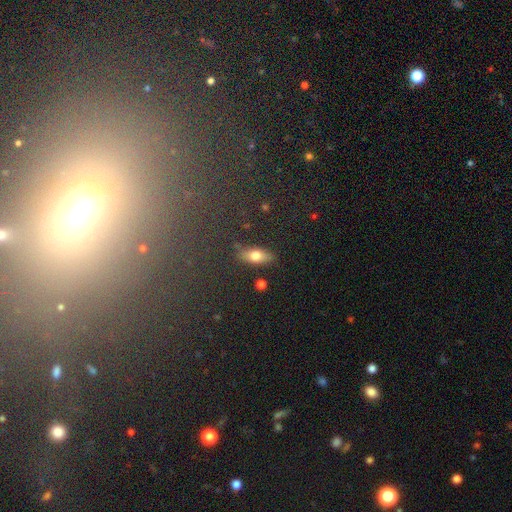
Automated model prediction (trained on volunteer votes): smooth 72%, featured or disk 20%, star or artifact 8%. Down the decision tree: how rounded — in between (75%); merging — none (82%).